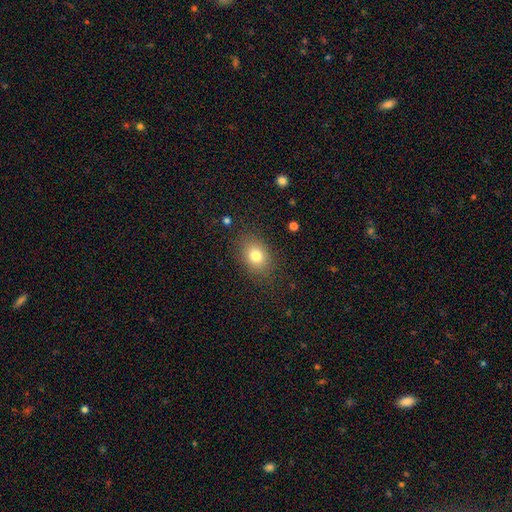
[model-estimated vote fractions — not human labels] smooth-or-featured: smooth: 79% | star or artifact: 11% | featured or disk: 11%
  how-rounded: in between: 63% | round: 36% | cigar-shaped: 1%
  merging: none: 84% | minor disturbance: 11% | major disturbance: 4% | merger: 1%